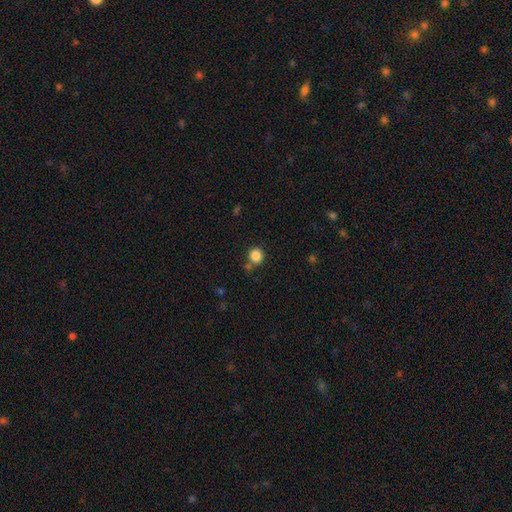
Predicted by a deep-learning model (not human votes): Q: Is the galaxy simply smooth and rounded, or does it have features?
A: smooth — 85%.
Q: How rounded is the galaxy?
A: round — 89%.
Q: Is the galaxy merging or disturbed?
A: none — 74%.